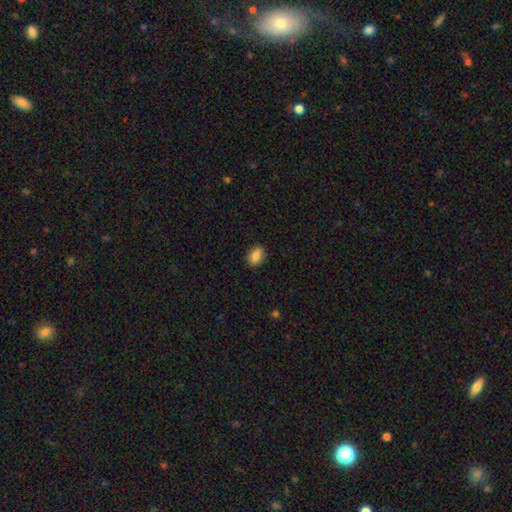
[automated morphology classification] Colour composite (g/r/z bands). It shows a smooth galaxy with no disk features (86%) that is in between round and cigar-shaped (76%). Merging: none (88%).